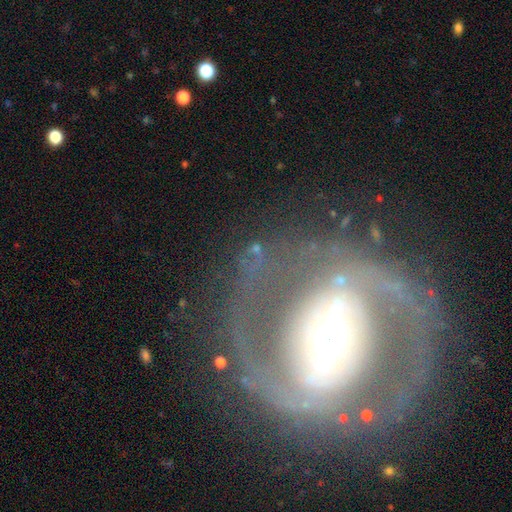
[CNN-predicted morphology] The model was most divided on "bar": strong: 37%, no: 35%, weak: 28%. Remaining: edge-on disk — no (84%); smooth or featured — featured or disk (67%); spiral arms — yes (59%); merging — none (58%); bulge size — moderate (49%).